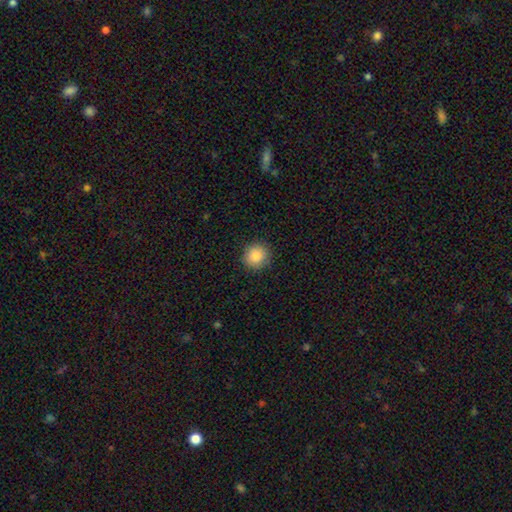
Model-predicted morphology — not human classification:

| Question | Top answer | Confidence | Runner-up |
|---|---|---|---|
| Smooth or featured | smooth | 85% | star or artifact (9%) |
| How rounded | round | 90% | in between (9%) |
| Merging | none | 89% | minor disturbance (8%) |